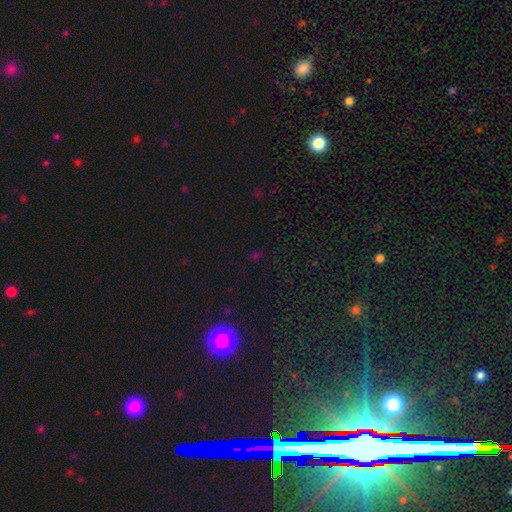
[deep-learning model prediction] Smooth or featured: star or artifact — 59% (smooth — 34%)